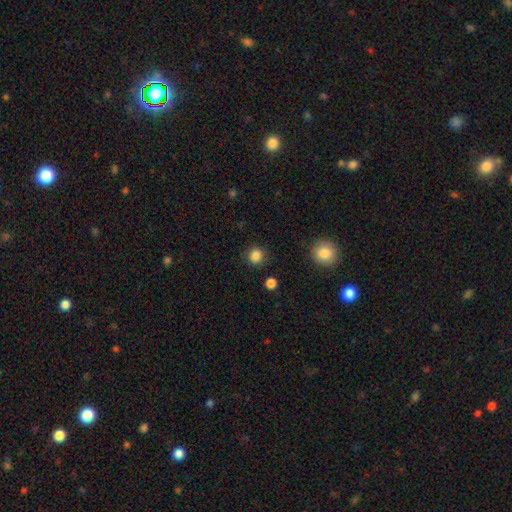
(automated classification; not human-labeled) This is clearly a smooth galaxy (85%). How rounded: clearly round (89%). Merging: clearly none (87%).